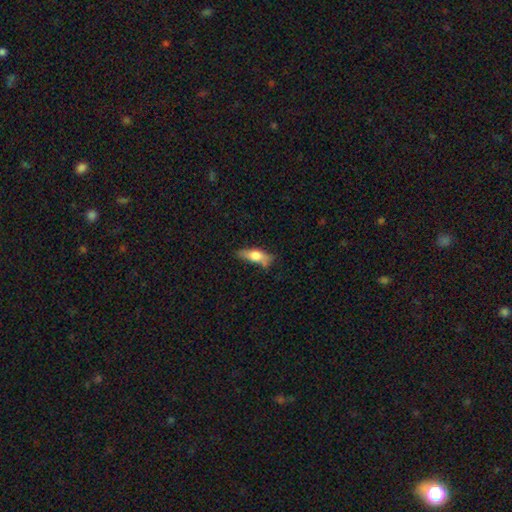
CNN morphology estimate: Smooth or featured? smooth (65%)
How rounded? in between (62%)
Merging? none (54%)